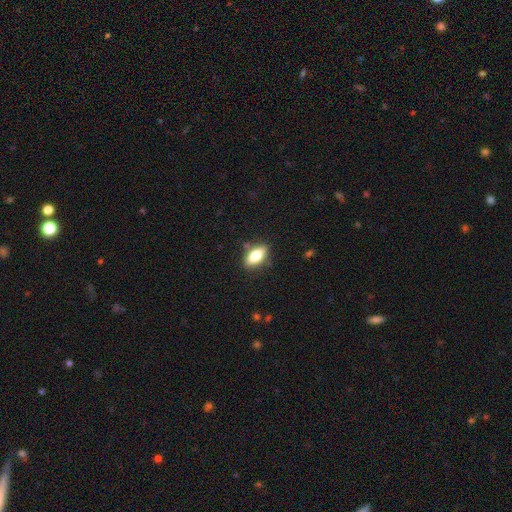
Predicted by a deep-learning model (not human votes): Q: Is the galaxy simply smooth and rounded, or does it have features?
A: smooth — 73%.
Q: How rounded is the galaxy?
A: in between — 85%.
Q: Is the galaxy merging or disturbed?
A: none — 82%.